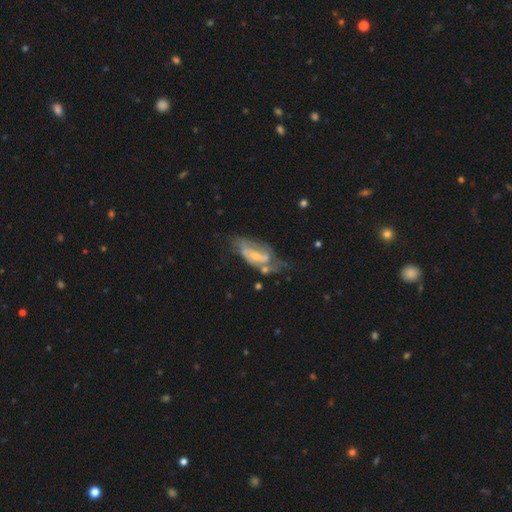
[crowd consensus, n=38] Overall: featured or disk (74%). Edge-on disk: no (93%). Bar: no (42%; weak 38%). Spiral arms: yes (92%). Spiral arm count: 2 (46%; can't tell 33%). Spiral winding: tight (42%, tied with medium). Bulge size: small (73%). Merging: none (56%; minor disturbance 25%).